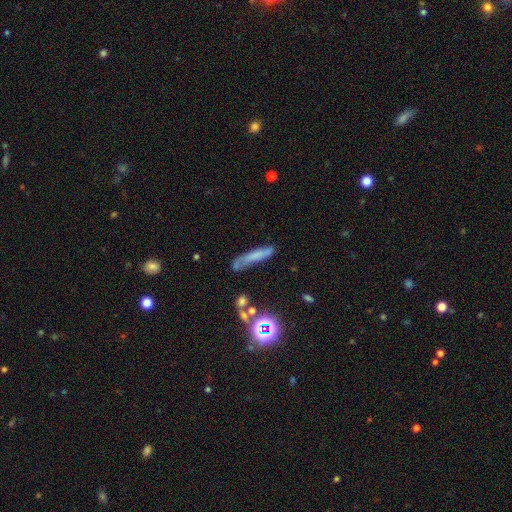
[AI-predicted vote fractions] Morphology: type=smooth (54%); roundness=cigar-shaped (86%); merging=none (57%).